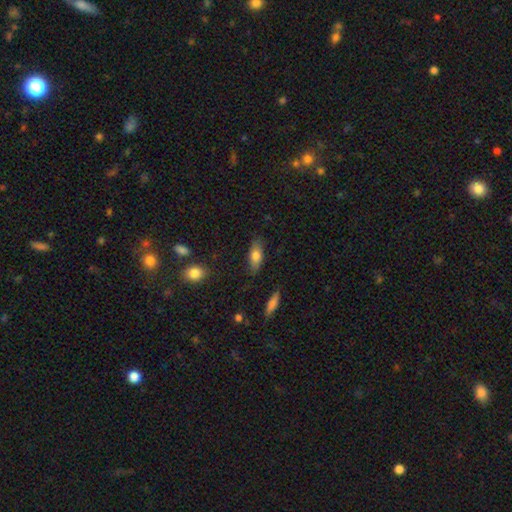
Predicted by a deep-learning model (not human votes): The model was most divided on "smooth or featured": smooth: 75%, featured or disk: 18%, star or artifact: 7%. More confident: merging — none (82%); how rounded — in between (77%).